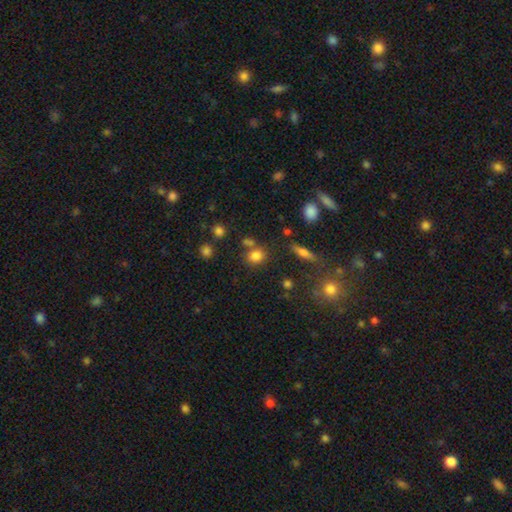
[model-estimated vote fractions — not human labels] Overall: smooth (78%). How rounded: round (69%). Merging: none (66%).